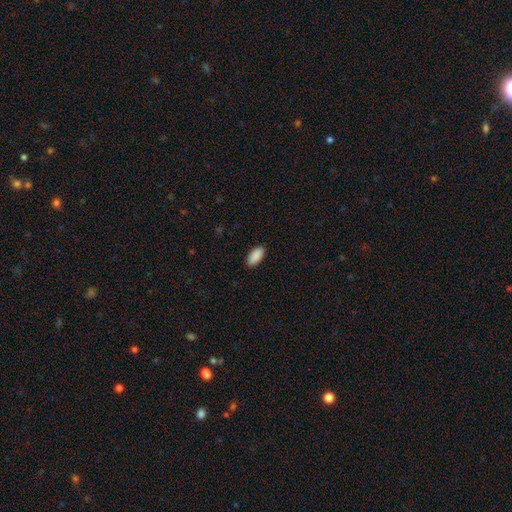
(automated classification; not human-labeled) Smooth or featured: smooth — 91% (star or artifact — 6%)
How rounded: in between — 92% (cigar-shaped — 6%)
Merging: none — 89% (minor disturbance — 8%)